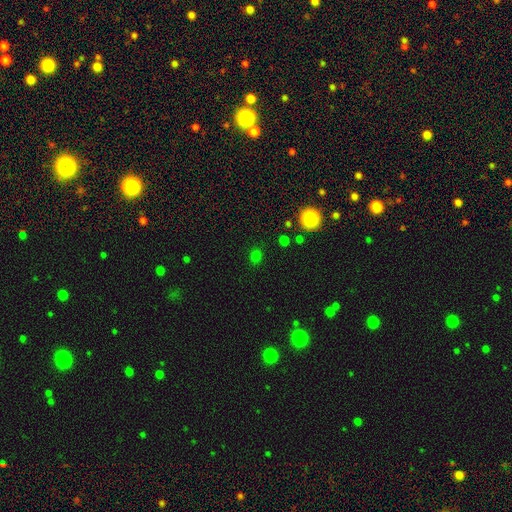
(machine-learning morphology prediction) This is likely a smooth galaxy (68%). How rounded: clearly round (81%). Merging: clearly none (87%).